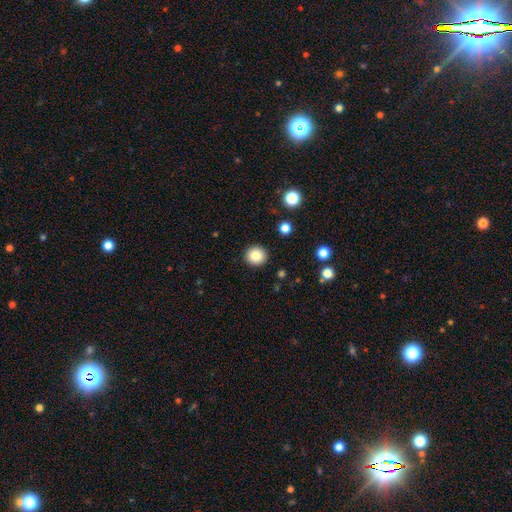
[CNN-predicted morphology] The model was most divided on "smooth or featured": smooth: 84%, star or artifact: 10%, featured or disk: 6%. More confident: how rounded — round (93%); merging — none (92%).